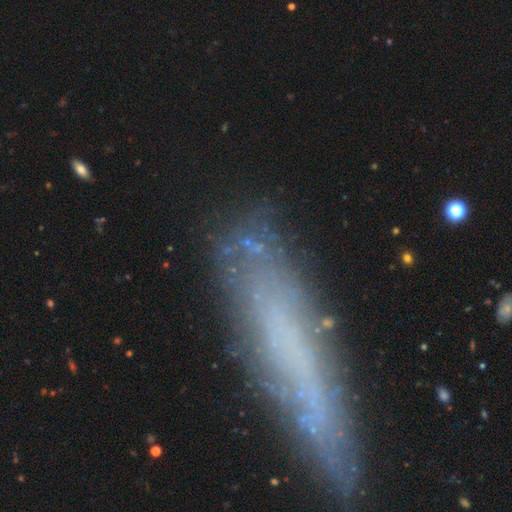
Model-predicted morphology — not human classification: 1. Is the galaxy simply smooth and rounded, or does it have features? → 51% featured or disk, 38% smooth, 11% star or artifact.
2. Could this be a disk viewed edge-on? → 58% yes, 42% no.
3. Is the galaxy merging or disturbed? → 77% none, 16% minor disturbance, 5% major disturbance, 3% merger.